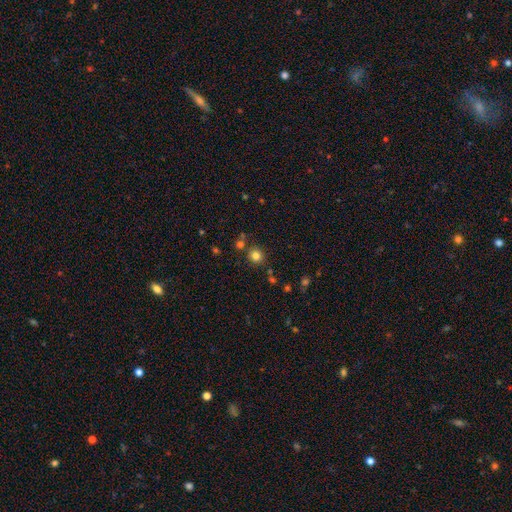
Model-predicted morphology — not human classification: type=smooth (79%); roundness=round (91%); merging=none (81%).